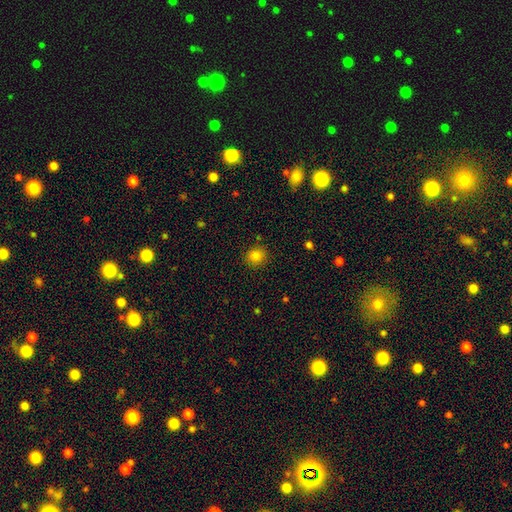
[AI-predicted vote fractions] The model was most divided on "how rounded": round: 84%, in between: 15%, cigar-shaped: 1%. More confident: merging — none (89%); smooth or featured — smooth (83%).